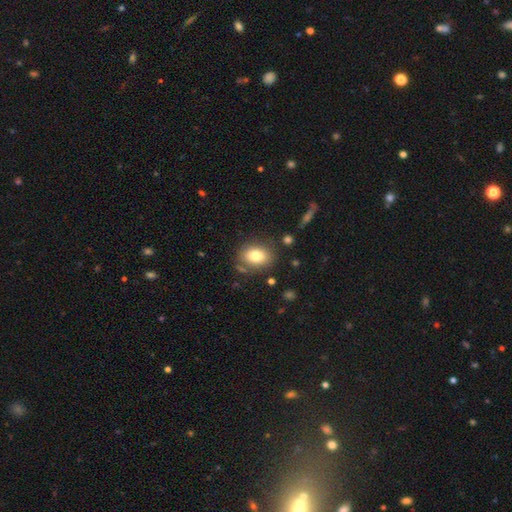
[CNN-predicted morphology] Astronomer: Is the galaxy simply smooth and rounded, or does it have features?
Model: smooth — 78%.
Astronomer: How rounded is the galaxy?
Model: in between — 67%.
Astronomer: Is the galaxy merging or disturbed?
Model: none — 76%.